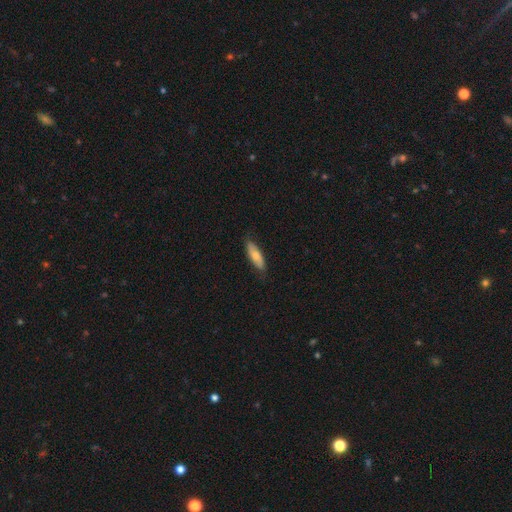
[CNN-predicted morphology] Smooth or featured: smooth — 70% (featured or disk — 24%)
How rounded: in between — 53% (cigar-shaped — 45%)
Merging: none — 81% (minor disturbance — 15%)